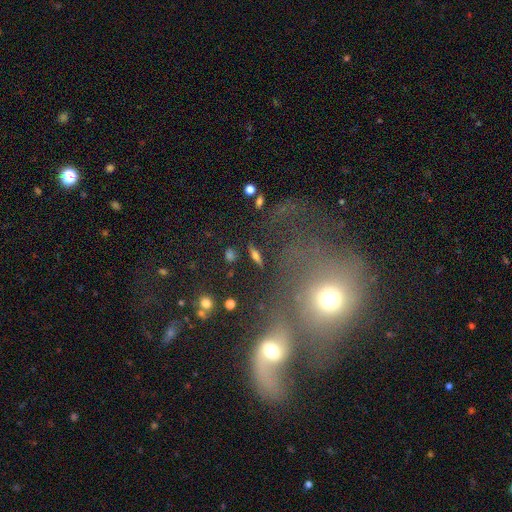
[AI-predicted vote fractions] This is marginally a smooth galaxy (45%). Merging: clearly none (85%).